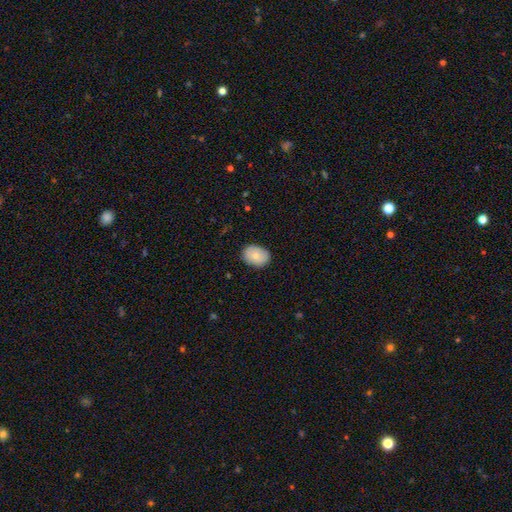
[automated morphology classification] Smooth or featured? smooth (80%)
How rounded? in between (69%)
Merging? none (84%)